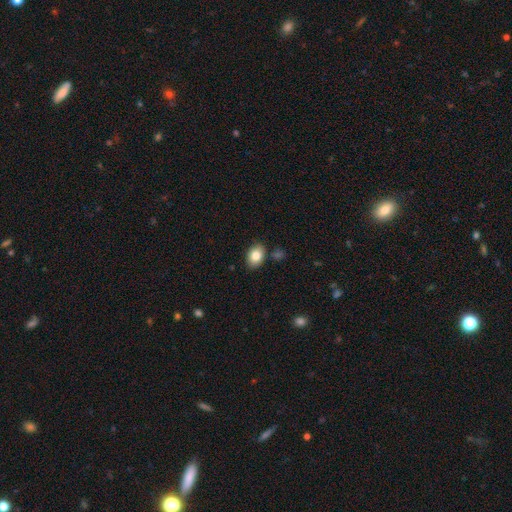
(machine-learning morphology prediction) This is clearly a smooth galaxy (83%). How rounded: likely in between (80%). Merging: clearly none (84%).